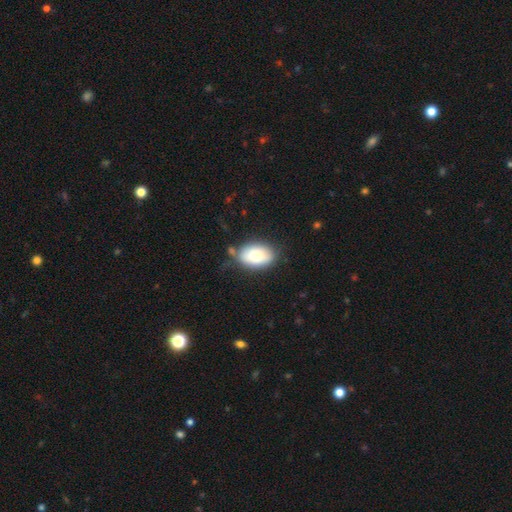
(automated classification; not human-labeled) smooth_or_featured: smooth (p=0.81) [alt: featured or disk p=0.12]
how_rounded: in between (p=0.92) [alt: round p=0.07]
merging: none (p=0.69) [alt: minor disturbance p=0.19]